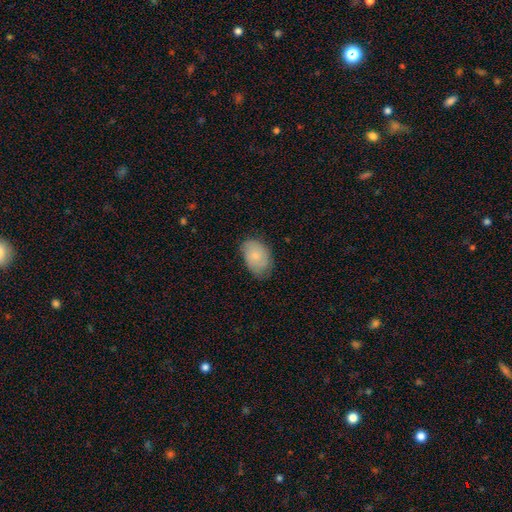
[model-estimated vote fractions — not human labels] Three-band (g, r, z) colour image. It shows a smooth galaxy with no disk features (75%) that is in between round and cigar-shaped (86%). Merging: none (68%).